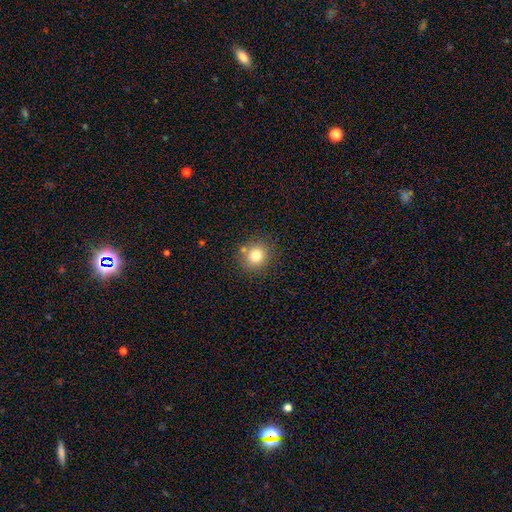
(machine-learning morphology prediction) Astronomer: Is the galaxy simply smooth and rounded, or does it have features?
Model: smooth — 78%.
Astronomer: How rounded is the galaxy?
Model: round — 86%.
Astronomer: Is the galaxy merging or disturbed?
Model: none — 79%.